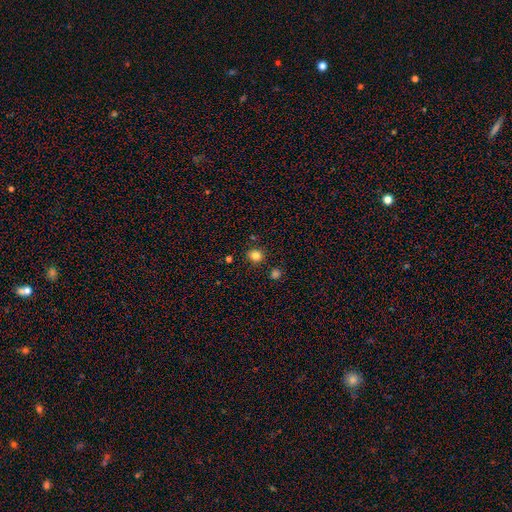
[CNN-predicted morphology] Smooth or featured? Predicted: smooth (p=0.82). How rounded? Predicted: round (p=0.82). Merging? Predicted: none (p=0.86).